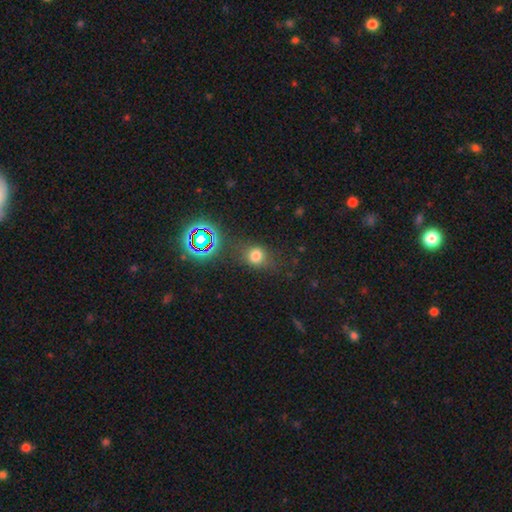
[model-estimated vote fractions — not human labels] smooth-or-featured: smooth: 69% | star or artifact: 21% | featured or disk: 11%
  how-rounded: round: 63% | in between: 35% | cigar-shaped: 2%
  merging: none: 69% | minor disturbance: 17% | major disturbance: 8% | merger: 6%